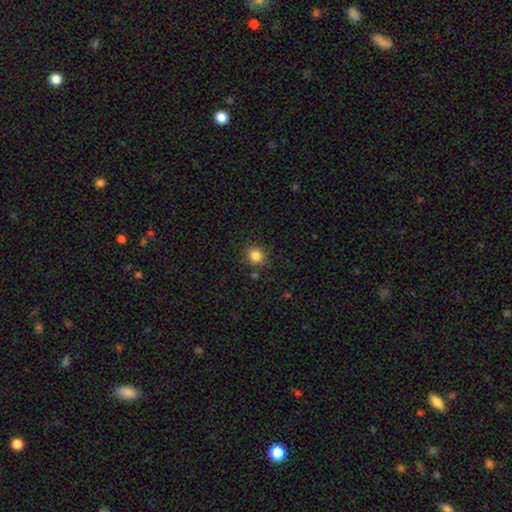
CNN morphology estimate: Smooth or featured: smooth — 84% (star or artifact — 11%)
How rounded: round — 76% (in between — 23%)
Merging: none — 84% (minor disturbance — 10%)